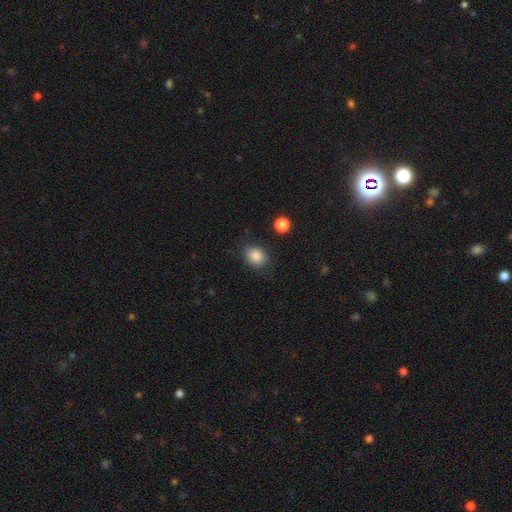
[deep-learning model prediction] Q: Smooth or featured?
A: smooth (86%); runner-up: star or artifact (9%)
Q: How rounded?
A: round (53%); runner-up: in between (46%)
Q: Merging?
A: none (81%); runner-up: minor disturbance (13%)